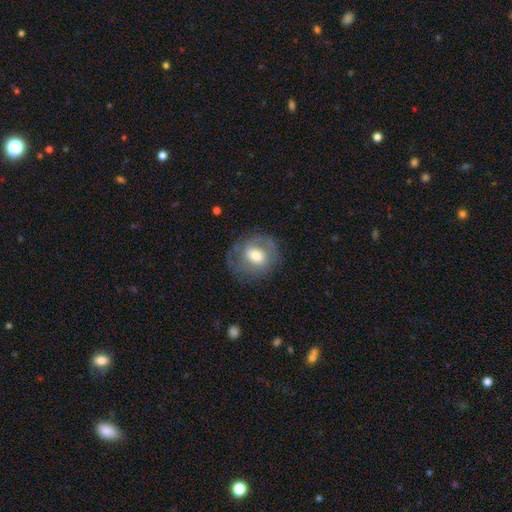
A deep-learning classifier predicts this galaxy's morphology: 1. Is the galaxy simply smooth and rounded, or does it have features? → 50% featured or disk, 42% smooth, 8% star or artifact.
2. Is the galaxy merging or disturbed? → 68% none, 18% minor disturbance, 13% major disturbance, 1% merger.